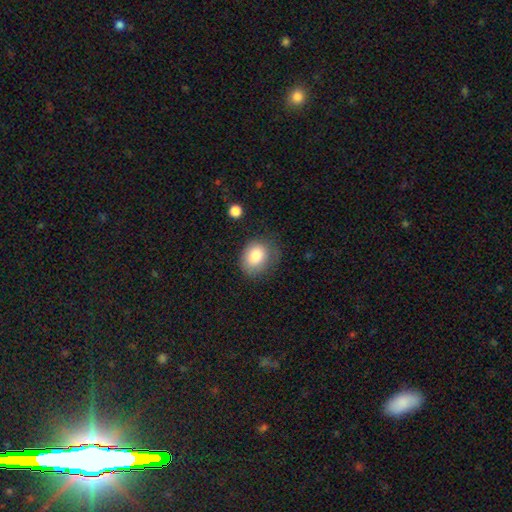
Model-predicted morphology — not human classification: Smooth or featured?
  - smooth: 83% *
  - featured or disk: 9%
  - star or artifact: 8%
How rounded?
  - in between: 53% *
  - round: 46%
  - cigar-shaped: 1%
Merging?
  - none: 62% *
  - minor disturbance: 26%
  - major disturbance: 10%
  - merger: 2%